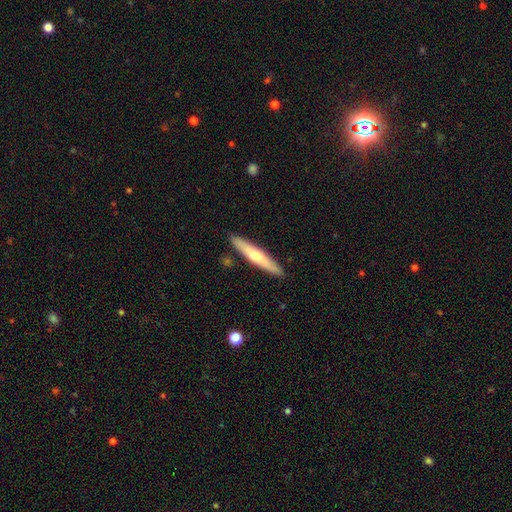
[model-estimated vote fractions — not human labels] Smooth or featured: smooth — 48% (featured or disk — 47%)
Merging: none — 89% (minor disturbance — 7%)